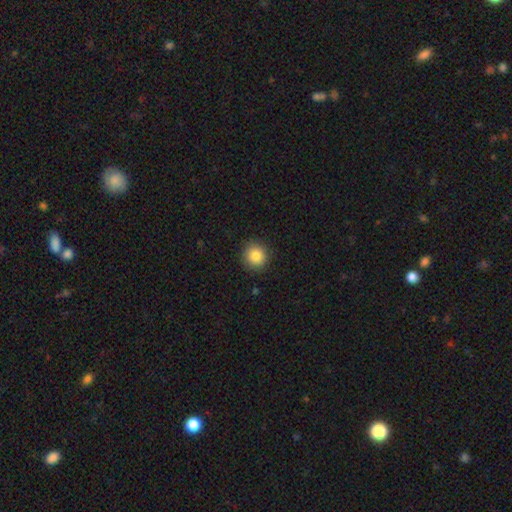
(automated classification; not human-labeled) The model was most divided on "smooth or featured": smooth: 85%, star or artifact: 10%, featured or disk: 6%. More confident: how rounded — round (93%); merging — none (90%).